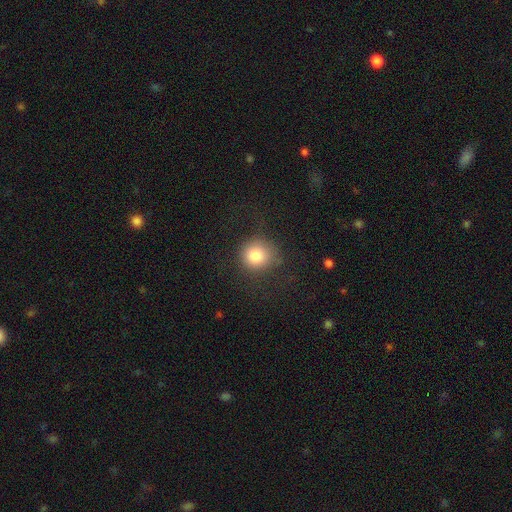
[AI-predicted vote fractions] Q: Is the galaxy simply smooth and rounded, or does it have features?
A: smooth — 82%.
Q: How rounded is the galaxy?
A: round — 90%.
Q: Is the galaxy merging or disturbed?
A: none — 76%.